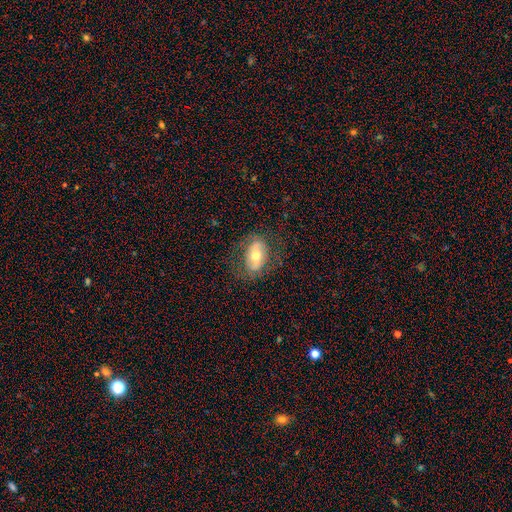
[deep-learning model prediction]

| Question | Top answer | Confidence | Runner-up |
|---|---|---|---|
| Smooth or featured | smooth | 46% | tied: featured or disk (46%) |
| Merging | none | 74% | minor disturbance (15%) |